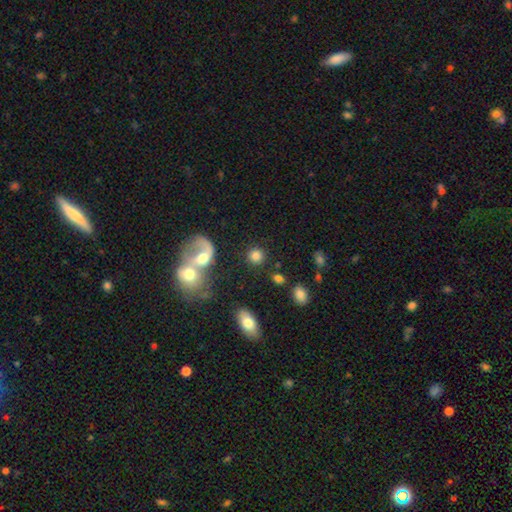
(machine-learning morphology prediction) Smooth or featured: smooth — 76% (featured or disk — 14%)
How rounded: round — 88% (in between — 10%)
Merging: none — 67% (merger — 18%)